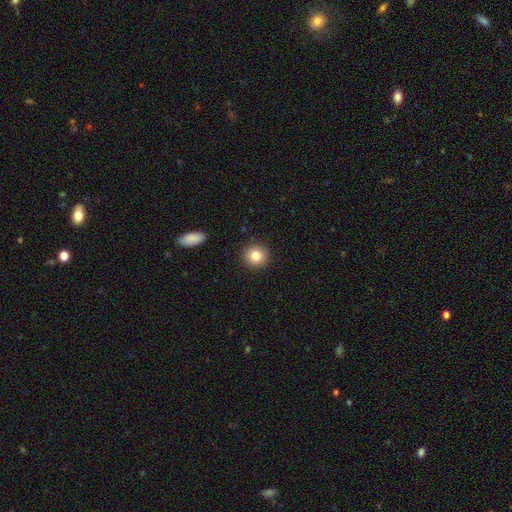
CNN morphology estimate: Smooth or featured?
  - smooth: 83% *
  - star or artifact: 10%
  - featured or disk: 7%
How rounded?
  - round: 92% *
  - in between: 7%
  - cigar-shaped: 1%
Merging?
  - none: 91% *
  - minor disturbance: 6%
  - major disturbance: 2%
  - merger: 1%